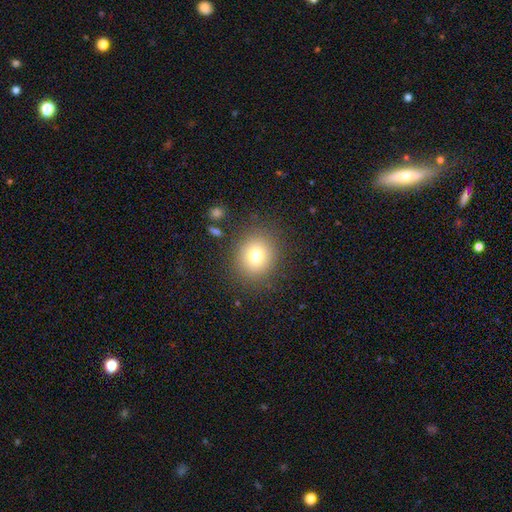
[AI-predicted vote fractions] A smooth galaxy with no disk features (73%) that is round (83%).

Vote fractions:
- Smooth or featured? smooth: 73% / star or artifact: 15% / featured or disk: 12%
- How rounded? round: 83% / in between: 16% / cigar-shaped: 1%
- Merging? none: 85% / minor disturbance: 8% / major disturbance: 4% / merger: 2%